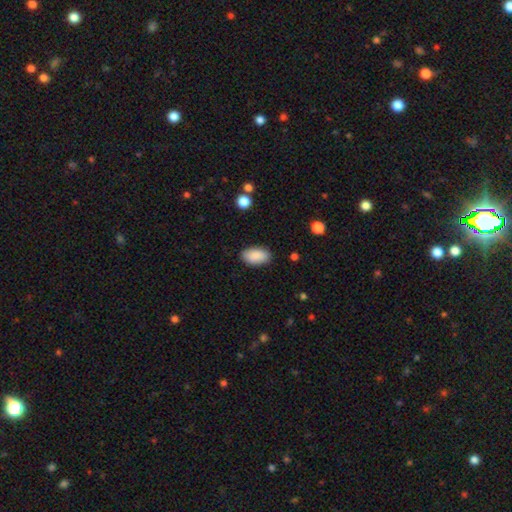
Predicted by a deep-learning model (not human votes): Q: Smooth or featured?
A: smooth (89%); runner-up: star or artifact (6%)
Q: How rounded?
A: in between (94%); runner-up: round (4%)
Q: Merging?
A: none (85%); runner-up: minor disturbance (11%)